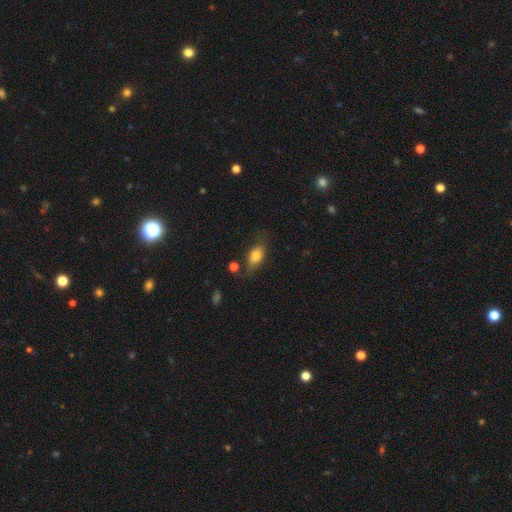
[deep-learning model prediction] This is likely a smooth galaxy (72%). How rounded: likely in between (79%). Merging: likely none (64%).